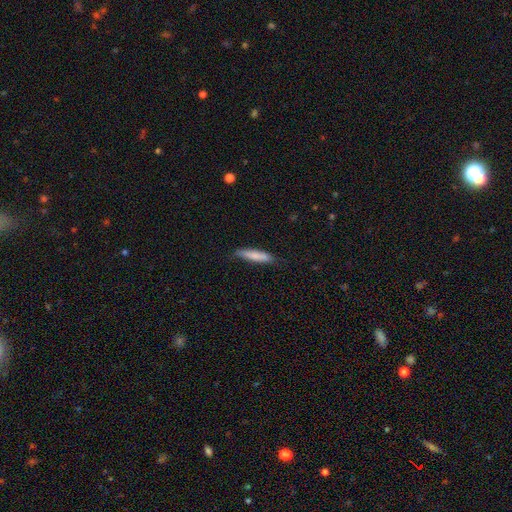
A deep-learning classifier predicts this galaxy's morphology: smooth-or-featured: smooth: 79% | featured or disk: 16% | star or artifact: 6%
  how-rounded: cigar-shaped: 84% | in between: 15% | round: 1%
  merging: none: 77% | minor disturbance: 18% | major disturbance: 3% | merger: 1%